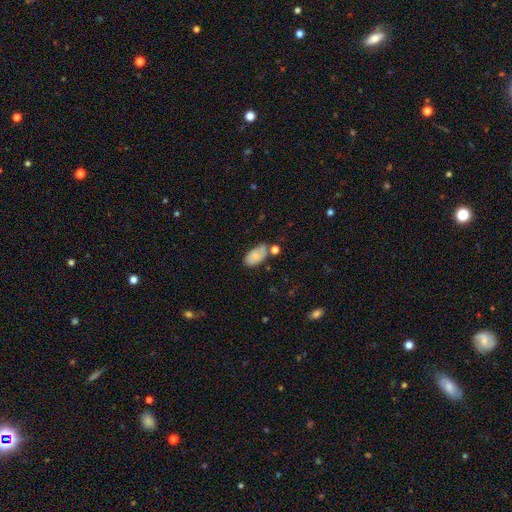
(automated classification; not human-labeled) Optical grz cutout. It shows a smooth galaxy with no disk features (79%) that is in between round and cigar-shaped (94%). Merging: none (52%).